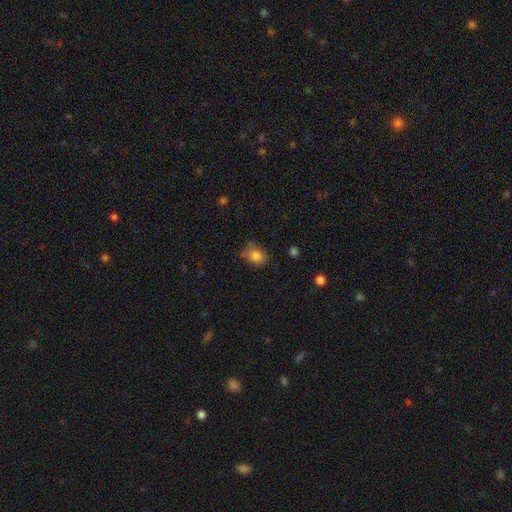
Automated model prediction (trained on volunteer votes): A smooth galaxy with no disk features (80%) that is round (56%).

Vote fractions:
- Smooth or featured? smooth: 80% / star or artifact: 11% / featured or disk: 9%
- How rounded? round: 56% / in between: 43% / cigar-shaped: 1%
- Merging? none: 64% / minor disturbance: 25% / major disturbance: 6% / merger: 4%